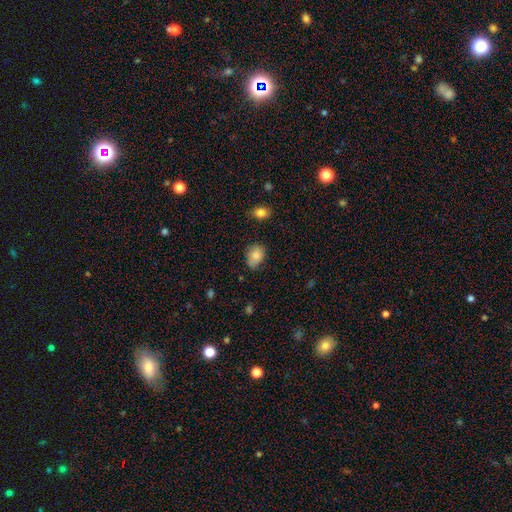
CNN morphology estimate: Overall: smooth (83%). How rounded: in between (60%; round 39%). Merging: none (67%).